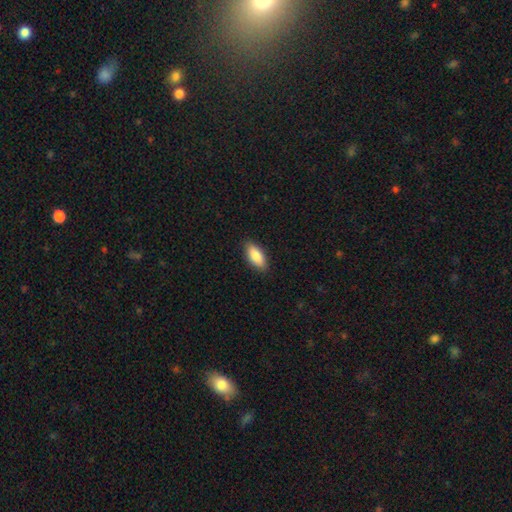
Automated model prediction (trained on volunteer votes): Overall: smooth (87%). How rounded: in between (84%). Merging: none (89%).